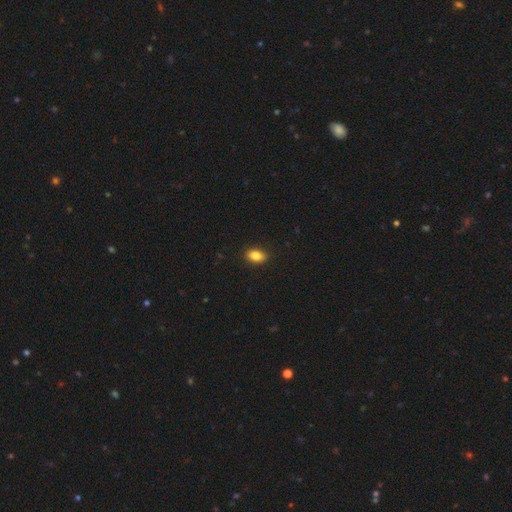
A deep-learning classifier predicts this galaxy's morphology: A smooth galaxy with no disk features (85%) that is in between round and cigar-shaped (85%). Merging: none (90%).